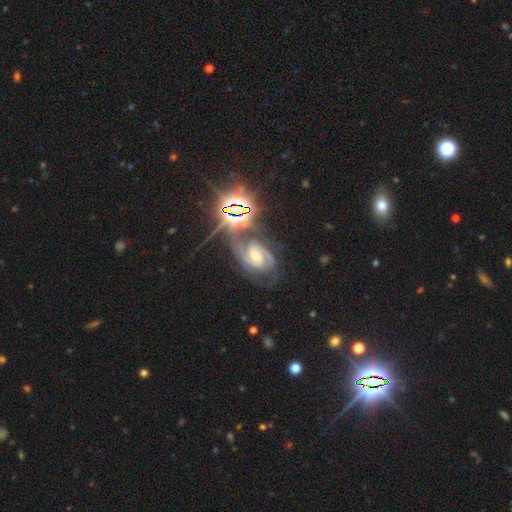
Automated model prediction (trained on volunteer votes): smooth-or-featured: featured or disk: 73% | star or artifact: 20% | smooth: 7%
  disk-edge-on: no: 97% | yes: 3%
    bar: weak: 43% | no: 39% | strong: 18%
    has-spiral-arms: yes: 97% | no: 3%
      spiral-winding: medium: 46% | tight: 45% | loose: 10%
      spiral-arm-count: 2: 74% | can't tell: 10% | 3: 8% | 1: 3% | 4: 3% | more than 4: 3%
    bulge-size: moderate: 53% | small: 41% | large: 3% | none: 2% | dominant: 1%
  merging: none: 61% | minor disturbance: 19% | major disturbance: 13% | merger: 7%